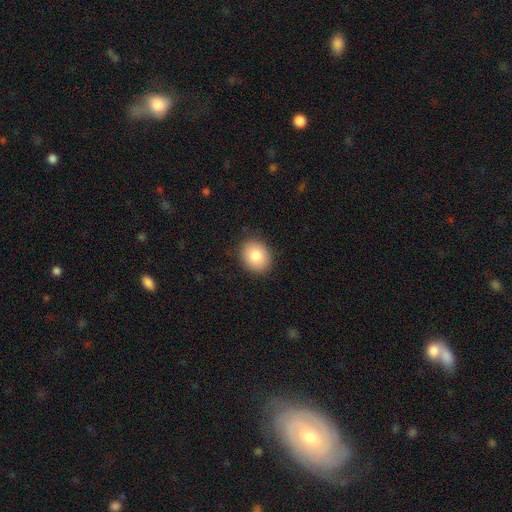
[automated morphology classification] Smooth or featured?
  - smooth: 82% *
  - featured or disk: 10%
  - star or artifact: 8%
How rounded?
  - round: 55% *
  - in between: 44%
  - cigar-shaped: 1%
Merging?
  - none: 88% *
  - minor disturbance: 9%
  - major disturbance: 2%
  - merger: 1%